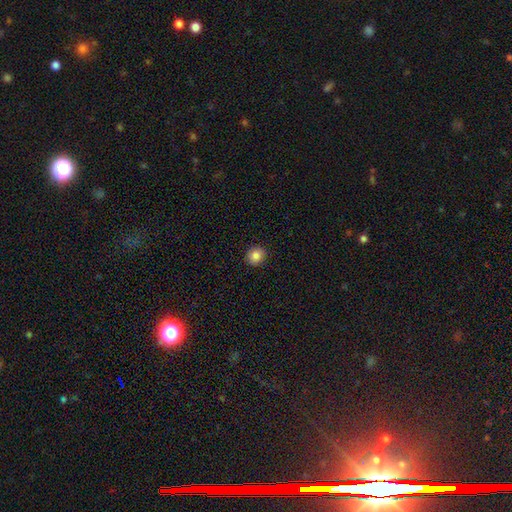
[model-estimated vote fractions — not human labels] smooth-or-featured: smooth: 85% | star or artifact: 10% | featured or disk: 5%
  how-rounded: round: 86% | in between: 13% | cigar-shaped: 1%
  merging: none: 92% | minor disturbance: 5% | major disturbance: 2% | merger: 1%